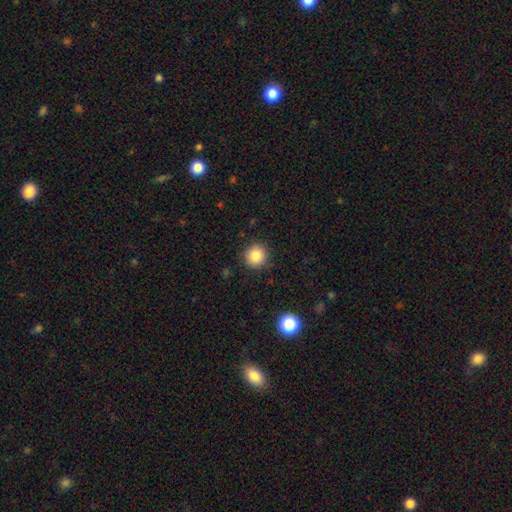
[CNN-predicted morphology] smooth_or_featured: smooth (p=0.85) [alt: star or artifact p=0.10]
how_rounded: round (p=0.93) [alt: in between p=0.06]
merging: none (p=0.90) [alt: minor disturbance p=0.07]